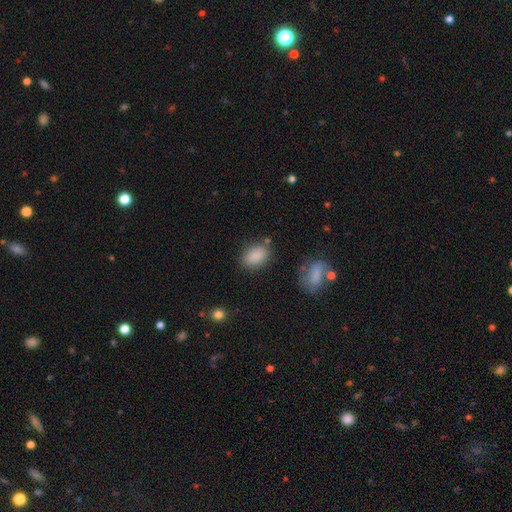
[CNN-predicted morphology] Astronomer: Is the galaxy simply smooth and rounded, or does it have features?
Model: smooth — 88%.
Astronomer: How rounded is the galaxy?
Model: in between — 84%.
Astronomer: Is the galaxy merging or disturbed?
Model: none — 77%.